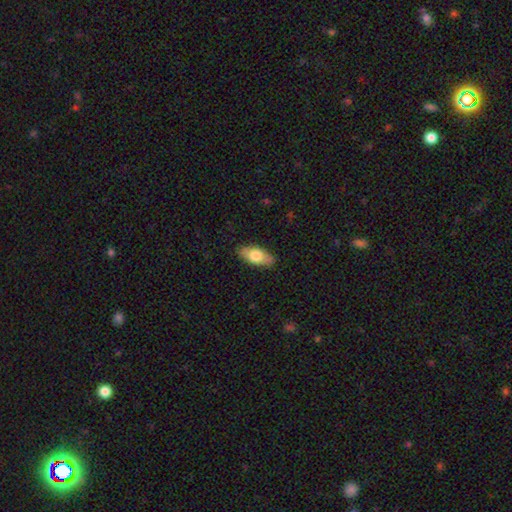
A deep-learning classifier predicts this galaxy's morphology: Smooth or featured?
  - smooth: 71% *
  - featured or disk: 23%
  - star or artifact: 6%
How rounded?
  - in between: 85% *
  - cigar-shaped: 11%
  - round: 3%
Merging?
  - none: 87% *
  - minor disturbance: 10%
  - major disturbance: 2%
  - merger: 1%